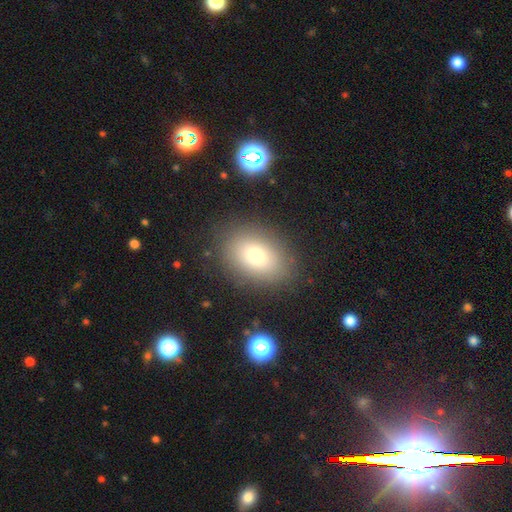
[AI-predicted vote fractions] The model was most divided on "how rounded": in between: 70%, round: 29%, cigar-shaped: 1%. More confident: merging — none (84%); smooth or featured — smooth (72%).